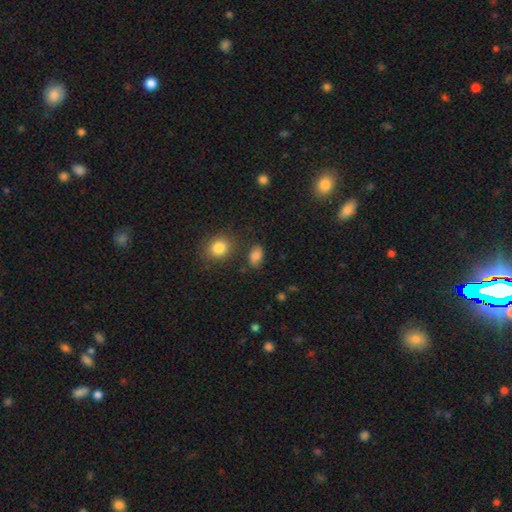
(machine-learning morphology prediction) smooth-or-featured: smooth: 83% | star or artifact: 11% | featured or disk: 6%
  how-rounded: in between: 84% | round: 14% | cigar-shaped: 2%
  merging: none: 78% | minor disturbance: 15% | major disturbance: 4% | merger: 4%